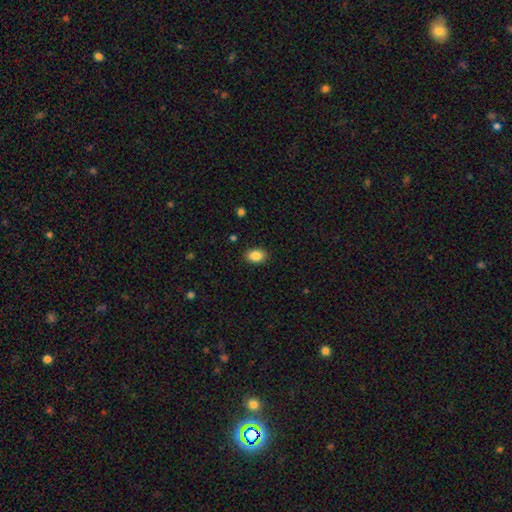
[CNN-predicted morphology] smooth_or_featured: smooth (p=0.87) [alt: star or artifact p=0.08]
how_rounded: in between (p=0.81) [alt: round p=0.18]
merging: none (p=0.88) [alt: minor disturbance p=0.08]